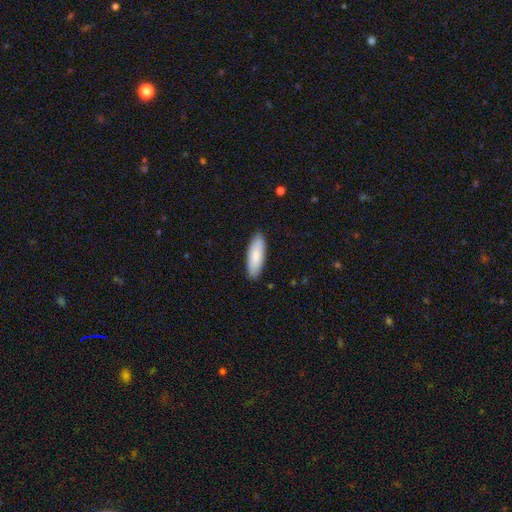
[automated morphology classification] type=smooth (85%); roundness=in between (62%); merging=none (88%).